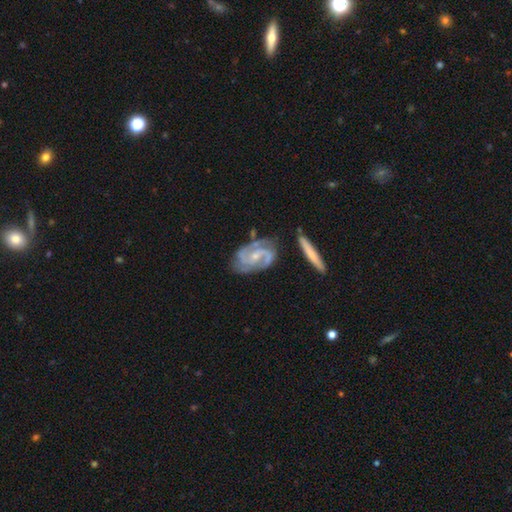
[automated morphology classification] Smooth or featured? featured or disk (89%)
Edge-on disk? no (96%)
Bar? no (44%)
Spiral arms? yes (98%)
Spiral winding? medium (49%)
Spiral arm count? 2 (73%)
Bulge size? small (64%)
Merging? none (66%)